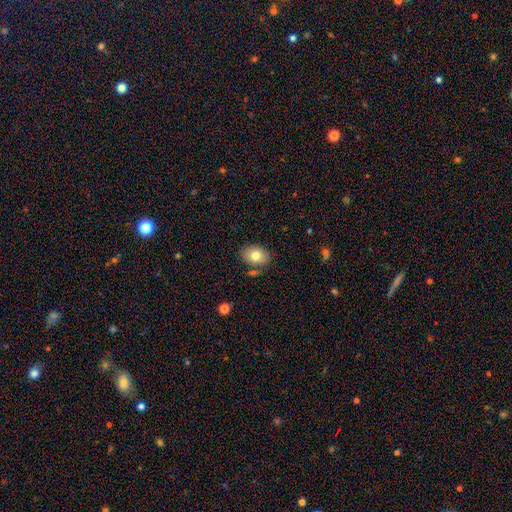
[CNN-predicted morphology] The model was most divided on "smooth or featured": smooth: 78%, featured or disk: 14%, star or artifact: 8%. More confident: how rounded — in between (81%); merging — none (79%).